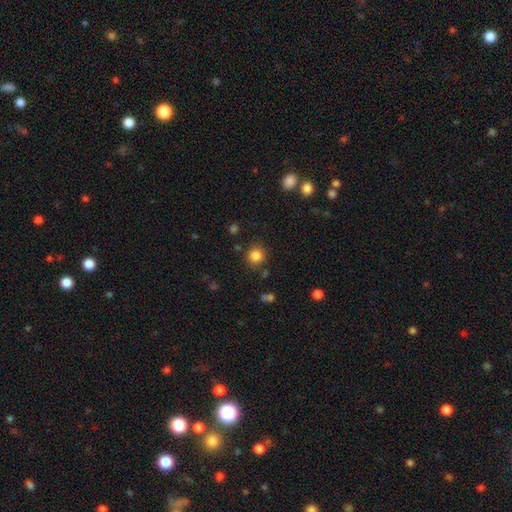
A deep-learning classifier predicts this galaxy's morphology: smooth 84%, star or artifact 12%, featured or disk 5%. Down the decision tree: how rounded — round (91%); merging — none (85%).